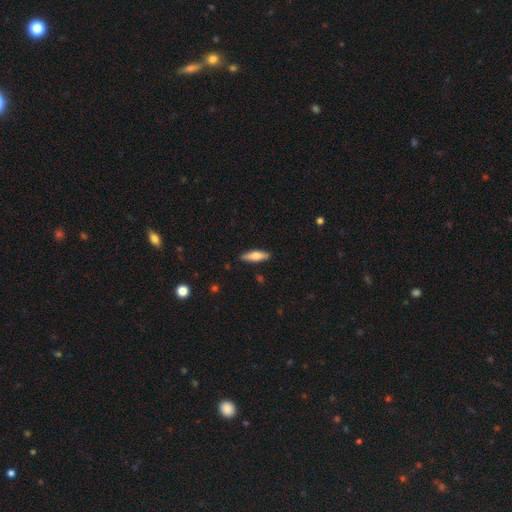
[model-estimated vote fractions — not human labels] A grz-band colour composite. It shows a smooth galaxy with no disk features (65%) that is cigar-shaped (59%). Merging: none (89%).